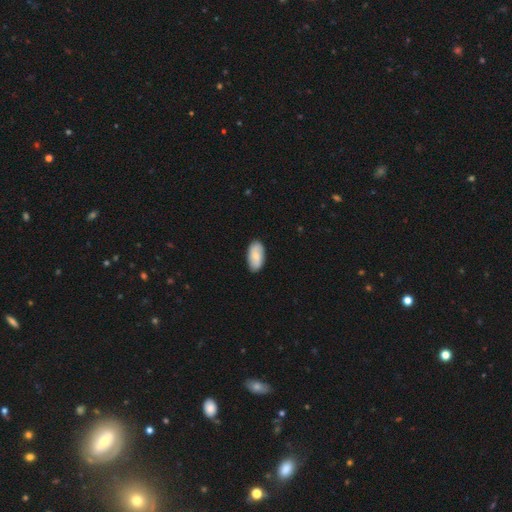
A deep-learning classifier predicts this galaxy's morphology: This appears to be a smooth galaxy with no disk features (71%) that is in between round and cigar-shaped (94%). Merging: none (86%).